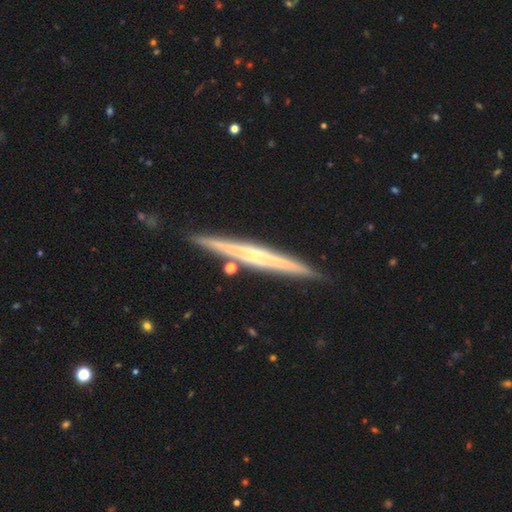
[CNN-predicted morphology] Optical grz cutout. It shows a featured or disk galaxy (71%) viewed edge-on (97%) with no central bulge (51%). Merging: none (89%).